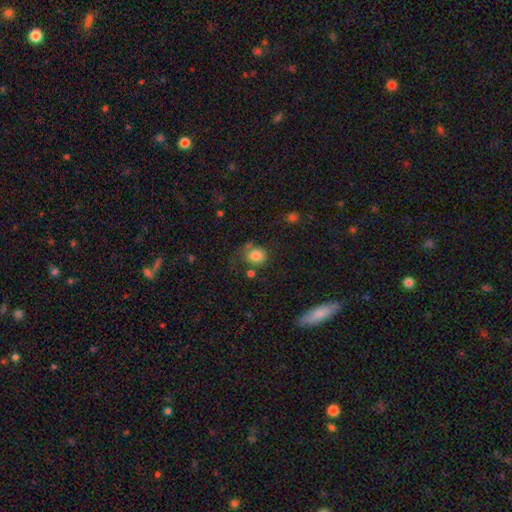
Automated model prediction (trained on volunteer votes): smooth_or_featured: smooth (p=0.80) [alt: star or artifact p=0.10]
how_rounded: round (p=0.75) [alt: in between p=0.24]
merging: none (p=0.56) [alt: minor disturbance p=0.22]